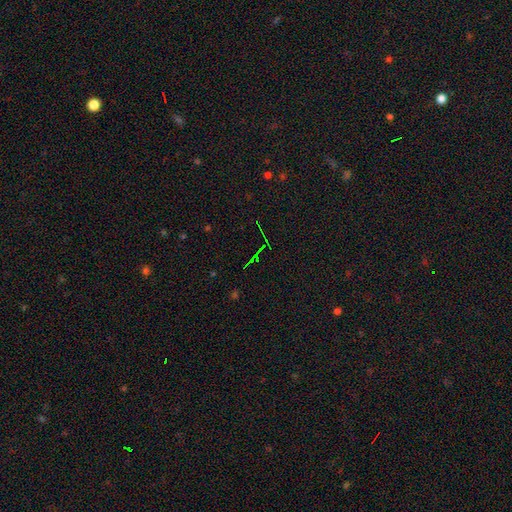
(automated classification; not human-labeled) Smooth or featured? Predicted: star or artifact (p=0.76).